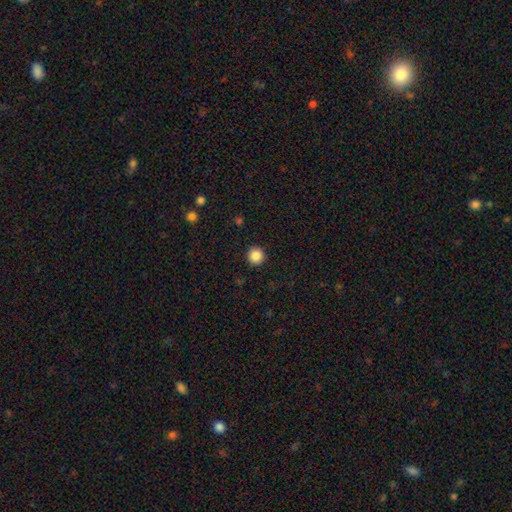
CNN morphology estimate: This is clearly a smooth galaxy (87%). How rounded: clearly round (96%). Merging: clearly none (93%).